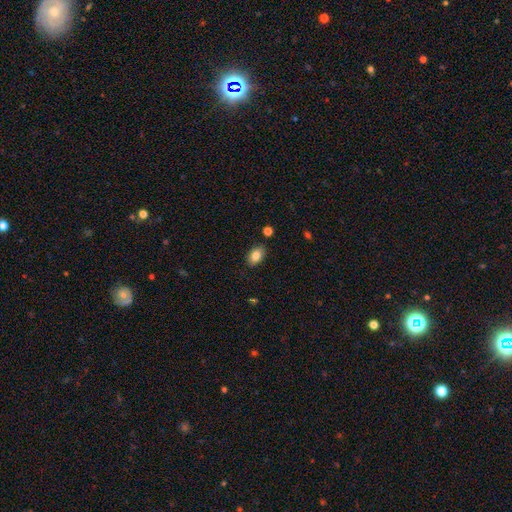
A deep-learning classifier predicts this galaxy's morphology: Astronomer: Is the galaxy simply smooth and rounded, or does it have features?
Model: smooth — 84%.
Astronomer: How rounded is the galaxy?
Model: in between — 89%.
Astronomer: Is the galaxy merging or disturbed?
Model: none — 86%.